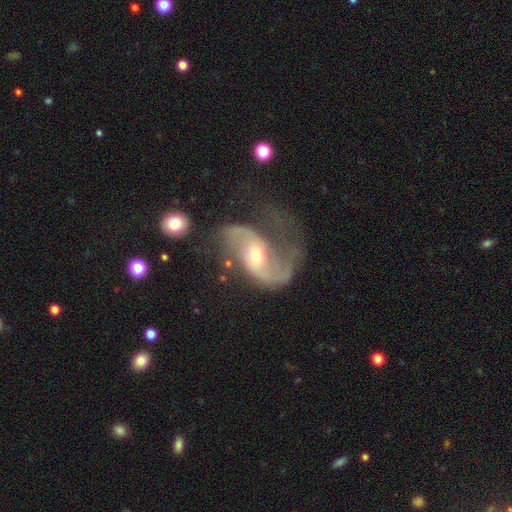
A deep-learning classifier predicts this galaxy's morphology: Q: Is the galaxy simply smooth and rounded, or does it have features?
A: featured or disk — 88%.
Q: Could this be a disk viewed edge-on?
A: no — 97%.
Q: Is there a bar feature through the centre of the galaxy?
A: no — 49%.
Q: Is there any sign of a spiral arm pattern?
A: yes — 95%.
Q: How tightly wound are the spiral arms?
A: loose — 56%.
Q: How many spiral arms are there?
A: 2 — 82%.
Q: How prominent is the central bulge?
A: moderate — 52%.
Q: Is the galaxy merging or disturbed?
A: none — 44%.